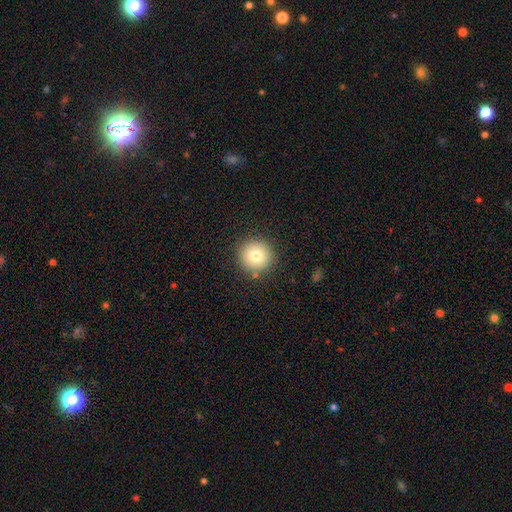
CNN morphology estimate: A smooth galaxy with no disk features (77%) that is round (94%). Merging: none (87%).